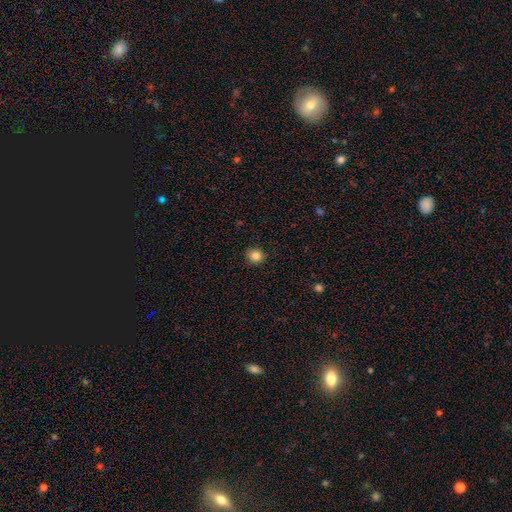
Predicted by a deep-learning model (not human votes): smooth_or_featured: smooth (p=0.84) [alt: star or artifact p=0.11]
how_rounded: round (p=0.86) [alt: in between p=0.13]
merging: none (p=0.91) [alt: minor disturbance p=0.07]